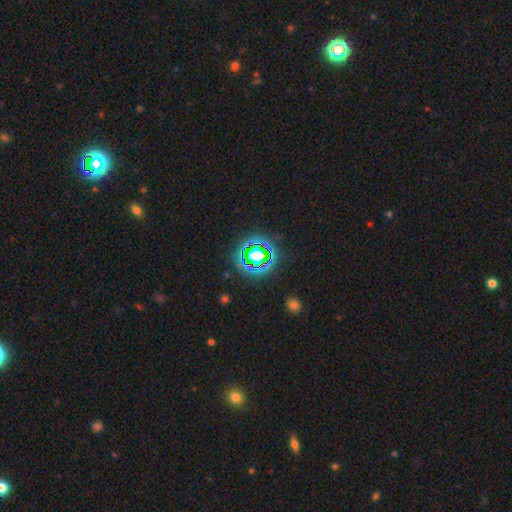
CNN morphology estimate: Overall: star or artifact (70%).